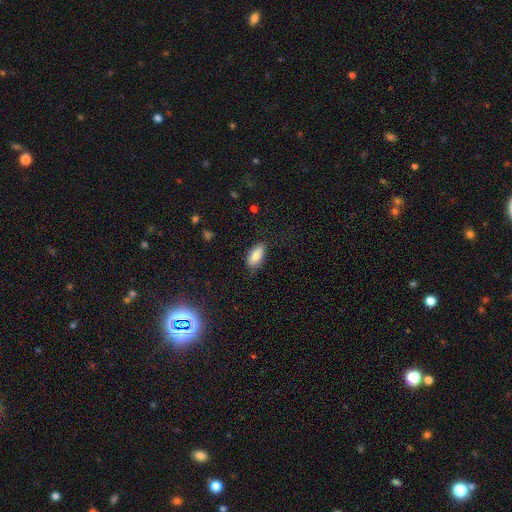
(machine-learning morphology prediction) Smooth or featured? smooth (82%)
How rounded? in between (90%)
Merging? none (76%)